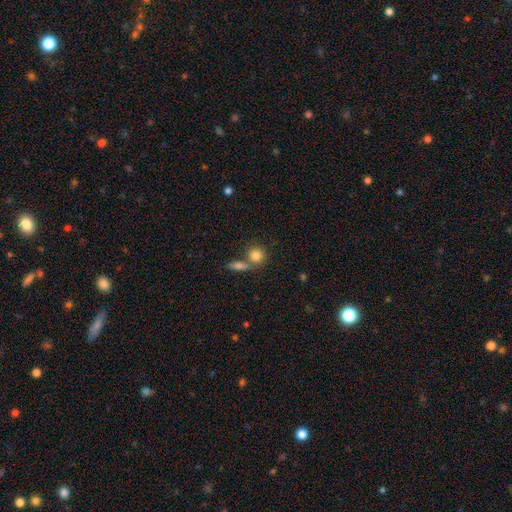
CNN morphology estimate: smooth-or-featured: smooth: 82% | featured or disk: 9% | star or artifact: 9%
  how-rounded: round: 82% | in between: 16% | cigar-shaped: 3%
  merging: none: 57% | merger: 31% | minor disturbance: 9% | major disturbance: 3%